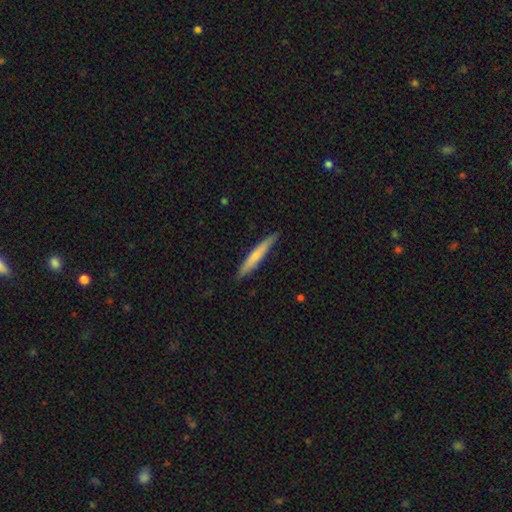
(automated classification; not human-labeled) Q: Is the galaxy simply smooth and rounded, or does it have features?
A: smooth — 64%.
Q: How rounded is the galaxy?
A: cigar-shaped — 95%.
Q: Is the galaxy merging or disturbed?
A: none — 89%.